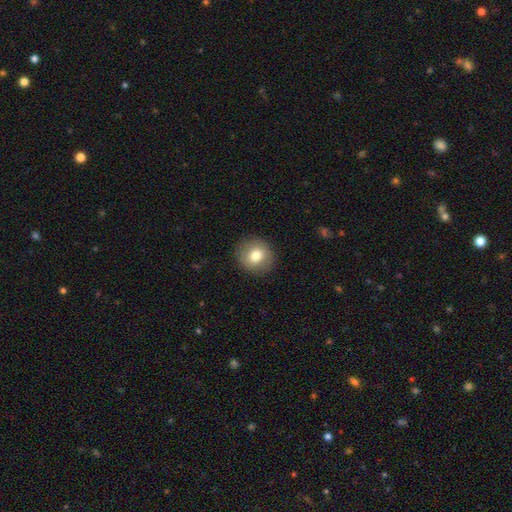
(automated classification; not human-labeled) Smooth or featured?
  - smooth: 78% *
  - featured or disk: 14%
  - star or artifact: 9%
How rounded?
  - round: 90% *
  - in between: 9%
  - cigar-shaped: 1%
Merging?
  - none: 90% *
  - minor disturbance: 7%
  - major disturbance: 2%
  - merger: 1%